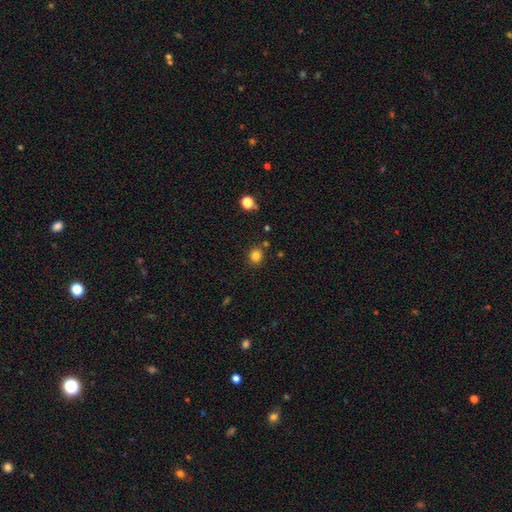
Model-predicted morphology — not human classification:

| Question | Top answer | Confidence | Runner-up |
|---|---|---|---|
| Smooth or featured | smooth | 83% | star or artifact (13%) |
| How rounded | round | 85% | in between (14%) |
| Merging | none | 84% | minor disturbance (9%) |